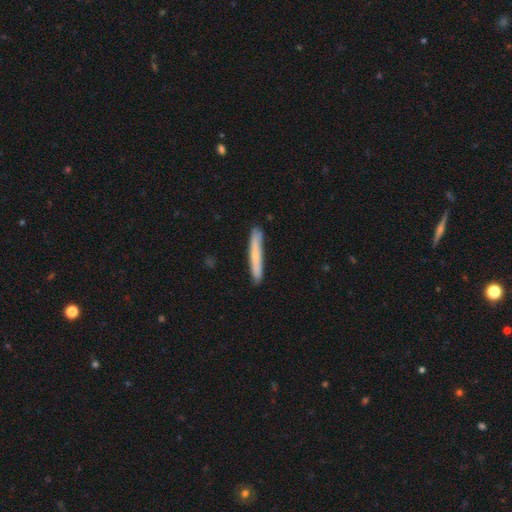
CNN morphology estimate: The model was most divided on "smooth or featured": smooth: 61%, featured or disk: 33%, star or artifact: 6%. More confident: how rounded — cigar-shaped (96%); merging — none (86%).